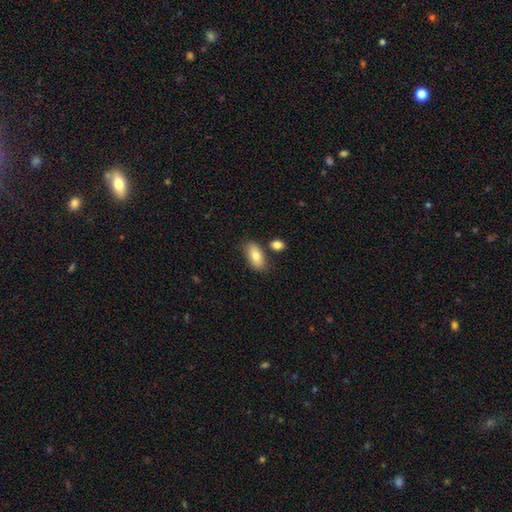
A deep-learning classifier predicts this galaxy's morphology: Smooth or featured? Predicted: smooth (p=0.79). How rounded? Predicted: in between (p=0.90). Merging? Predicted: none (p=0.74).